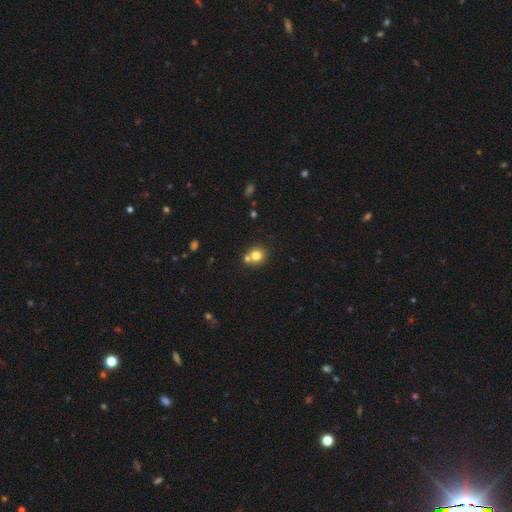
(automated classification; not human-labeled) Smooth or featured?
  - smooth: 77% *
  - star or artifact: 12%
  - featured or disk: 11%
How rounded?
  - round: 84% *
  - in between: 15%
  - cigar-shaped: 1%
Merging?
  - none: 56% *
  - merger: 33%
  - minor disturbance: 8%
  - major disturbance: 3%